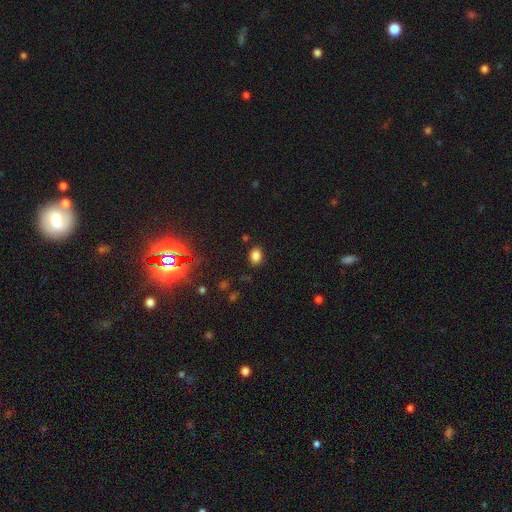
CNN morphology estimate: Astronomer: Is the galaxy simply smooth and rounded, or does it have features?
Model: smooth — 80%.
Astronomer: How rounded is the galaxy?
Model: in between — 73%.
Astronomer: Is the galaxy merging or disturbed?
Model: none — 85%.